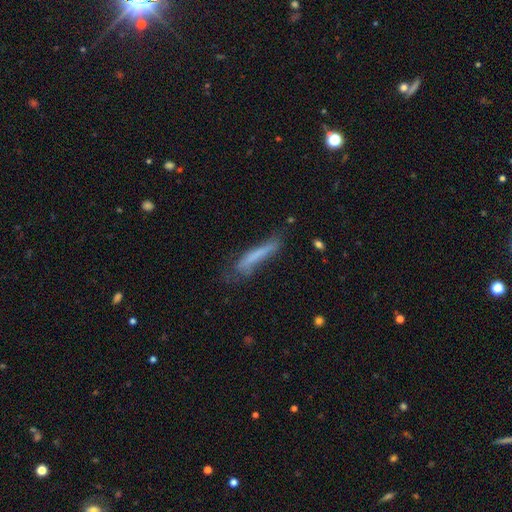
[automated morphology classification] This is likely a smooth galaxy (63%). How rounded: clearly cigar-shaped (92%). Merging: possibly none (60%).